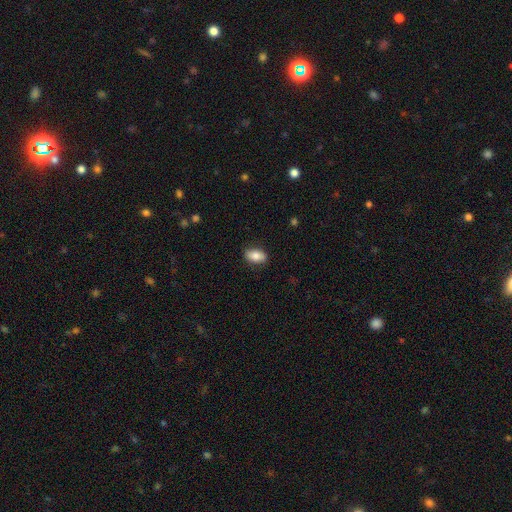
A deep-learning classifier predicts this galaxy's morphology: The model was most divided on "merging": none: 85%, minor disturbance: 11%, major disturbance: 3%, merger: 1%. More confident: how rounded — in between (91%); smooth or featured — smooth (83%).